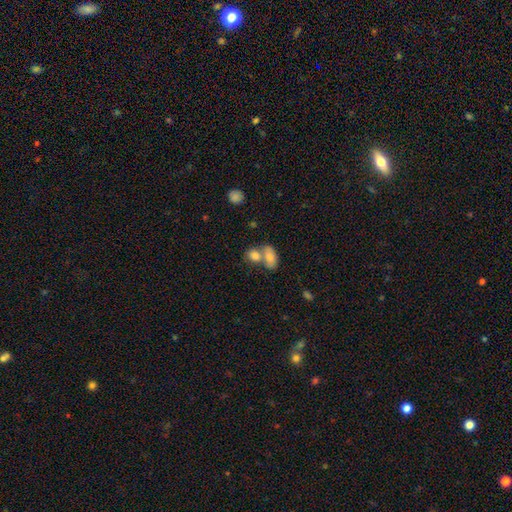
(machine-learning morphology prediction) Smooth or featured: smooth — 79% (featured or disk — 11%)
How rounded: in between — 74% (round — 23%)
Merging: merger — 57% (none — 31%)